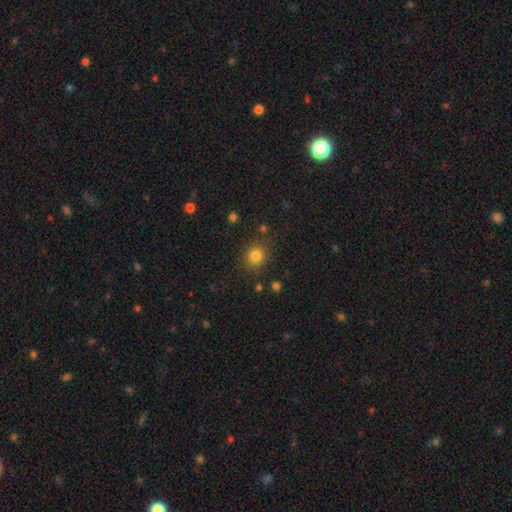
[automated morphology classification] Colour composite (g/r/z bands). It shows a smooth galaxy with no disk features (82%) that is round (82%). Merging: none (84%).